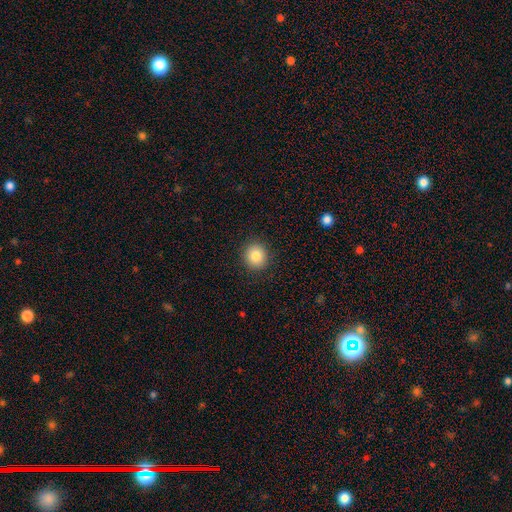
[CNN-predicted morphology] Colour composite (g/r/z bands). It shows a smooth galaxy with no disk features (83%) that is round (88%). Merging: none (91%).